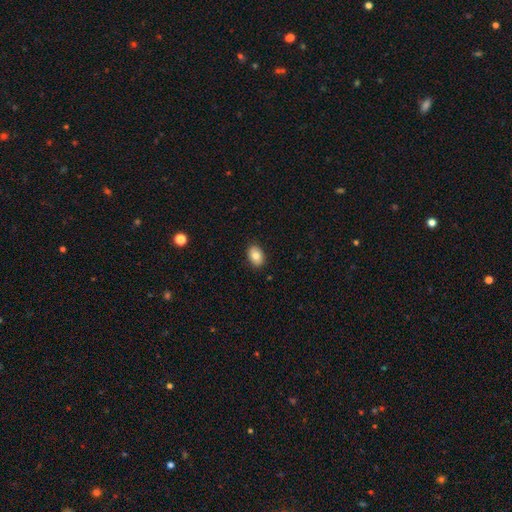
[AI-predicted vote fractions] smooth_or_featured: smooth (p=0.82) [alt: featured or disk p=0.10]
how_rounded: in between (p=0.84) [alt: round p=0.15]
merging: none (p=0.89) [alt: minor disturbance p=0.08]